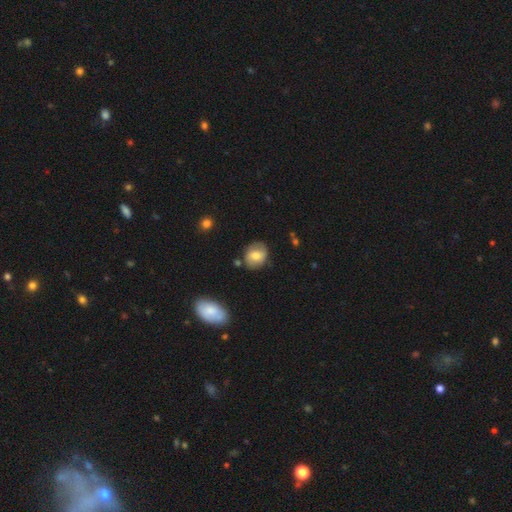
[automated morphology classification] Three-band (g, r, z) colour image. It shows a smooth galaxy with no disk features (63%) that is round (56%). Merging: none (76%).